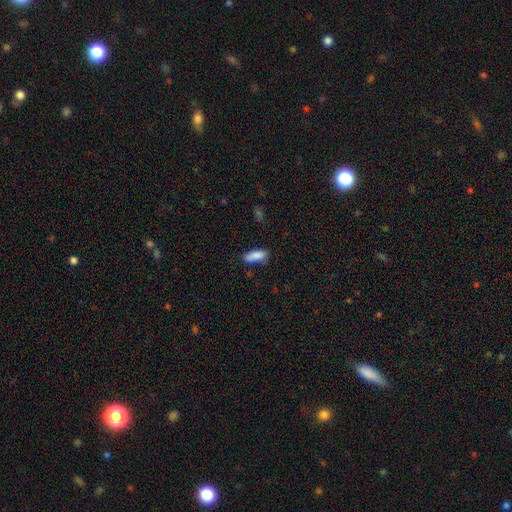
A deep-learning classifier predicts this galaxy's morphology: Smooth or featured?
  - smooth: 87% *
  - featured or disk: 7%
  - star or artifact: 7%
How rounded?
  - in between: 72% *
  - cigar-shaped: 26%
  - round: 2%
Merging?
  - none: 75% *
  - minor disturbance: 18%
  - major disturbance: 4%
  - merger: 3%